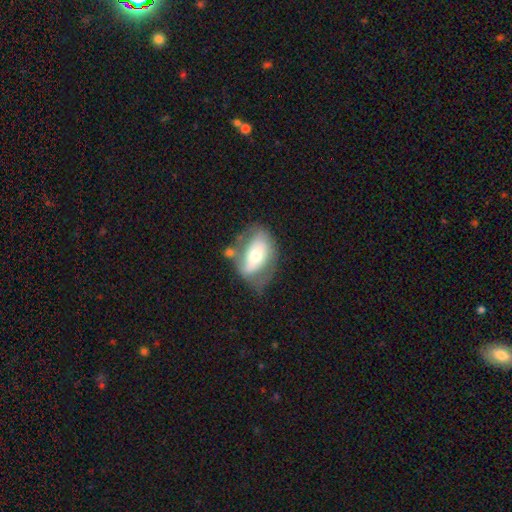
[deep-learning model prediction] The model was most divided on "smooth or featured": smooth: 50%, featured or disk: 43%, star or artifact: 7%. Remaining: merging — none (42%).